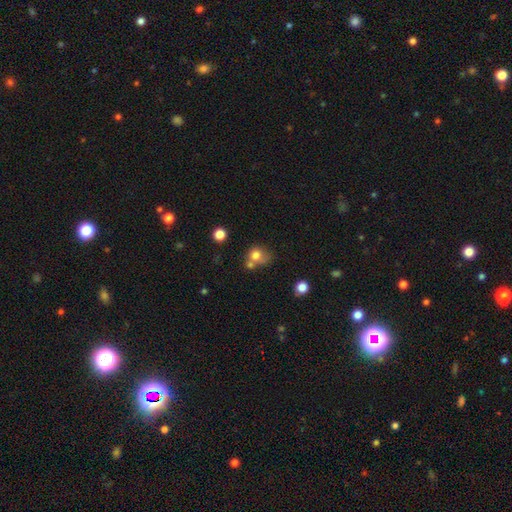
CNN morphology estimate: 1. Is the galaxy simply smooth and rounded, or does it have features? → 76% smooth, 12% star or artifact, 12% featured or disk.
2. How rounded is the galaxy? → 71% round, 28% in between, 1% cigar-shaped.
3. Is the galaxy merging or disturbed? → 39% none, 37% merger, 15% minor disturbance, 8% major disturbance.